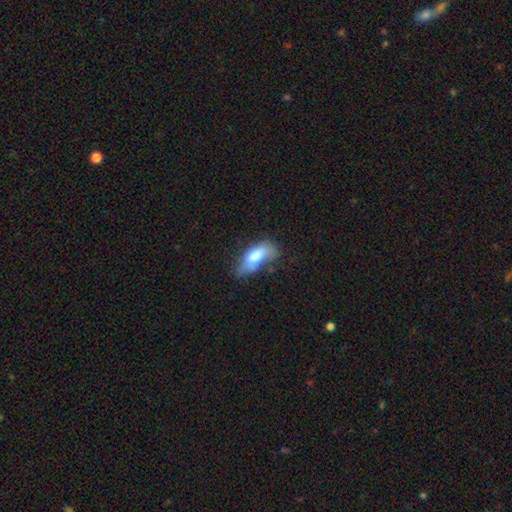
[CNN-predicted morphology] This appears to be a smooth galaxy with no disk features (71%) that is in between round and cigar-shaped (79%). Merging: minor disturbance (37%).